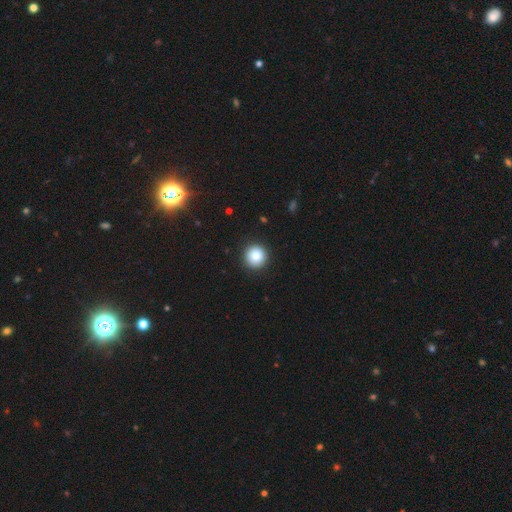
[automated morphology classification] Smooth or featured?
  - smooth: 84% *
  - star or artifact: 10%
  - featured or disk: 6%
How rounded?
  - round: 96% *
  - in between: 4%
  - cigar-shaped: 1%
Merging?
  - none: 92% *
  - minor disturbance: 5%
  - major disturbance: 2%
  - merger: 1%